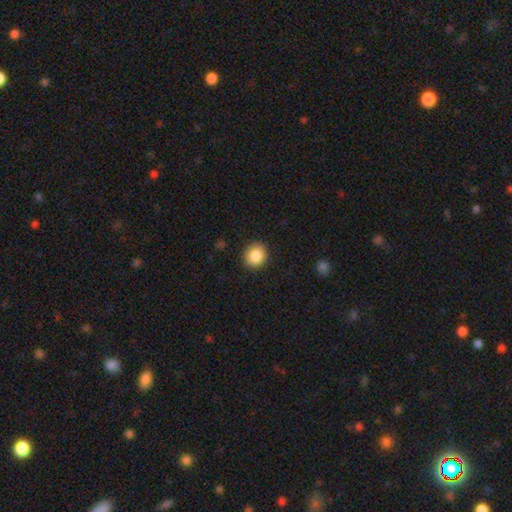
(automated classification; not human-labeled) Overall: smooth (86%). How rounded: round (84%). Merging: none (89%).